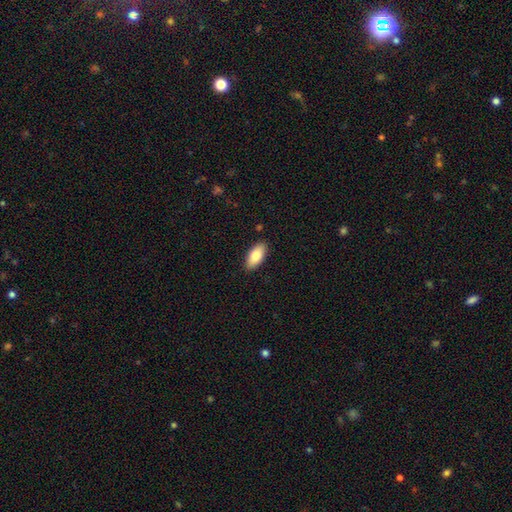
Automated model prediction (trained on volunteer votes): Q: Smooth or featured?
A: smooth (83%); runner-up: featured or disk (11%)
Q: How rounded?
A: in between (89%); runner-up: cigar-shaped (9%)
Q: Merging?
A: none (89%); runner-up: minor disturbance (8%)